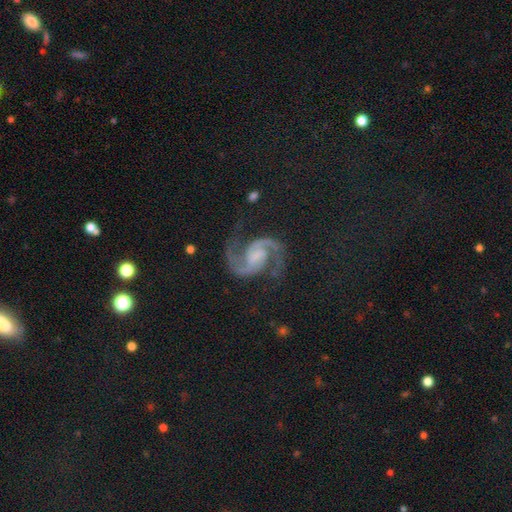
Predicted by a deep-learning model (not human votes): Smooth or featured? Predicted: featured or disk (p=0.90). Edge-on disk? Predicted: no (p=0.98). Bar? Predicted: weak (p=0.44). Spiral arms? Predicted: yes (p=0.99). Spiral winding? Predicted: medium (p=0.64). Spiral arm count? Predicted: 2 (p=0.95). Bulge size? Predicted: none (p=0.39). Merging? Predicted: none (p=0.78).